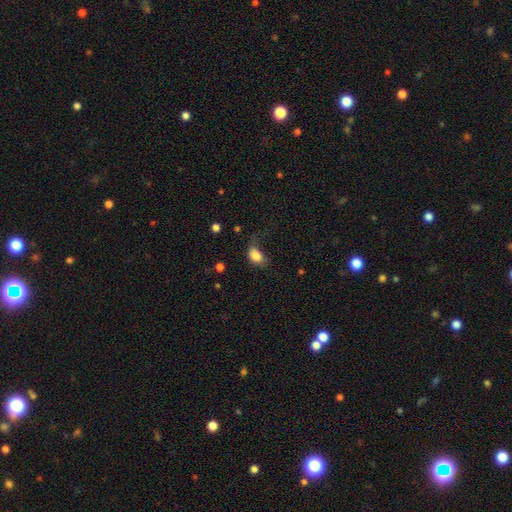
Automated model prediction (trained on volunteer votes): A smooth galaxy with no disk features (83%) that is in between round and cigar-shaped (77%). Merging: none (40%).